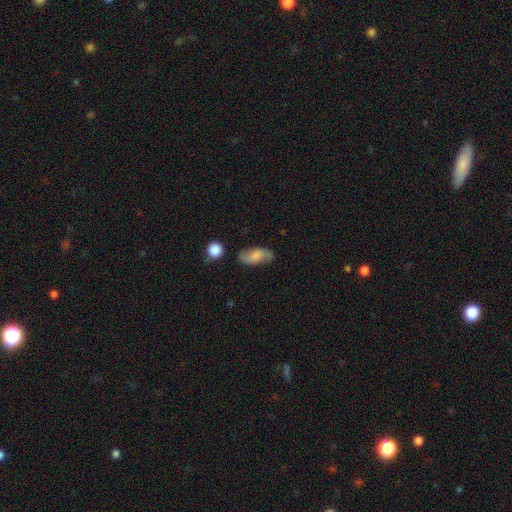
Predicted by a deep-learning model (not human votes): This appears to be a featured or disk galaxy (48%). Merging: none (72%).